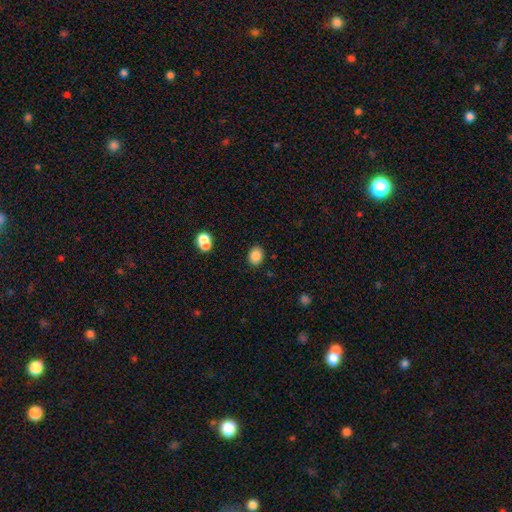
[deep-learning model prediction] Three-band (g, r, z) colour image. It shows a smooth galaxy with no disk features (87%) that is in between round and cigar-shaped (63%). Merging: none (86%).